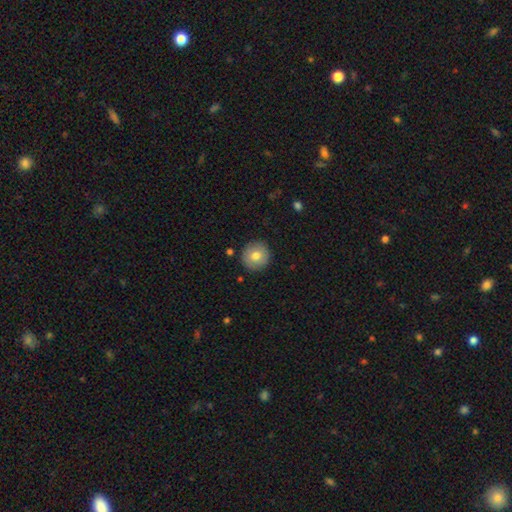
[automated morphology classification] Q: Smooth or featured?
A: smooth (75%); runner-up: featured or disk (17%)
Q: How rounded?
A: round (93%); runner-up: in between (7%)
Q: Merging?
A: none (90%); runner-up: minor disturbance (7%)